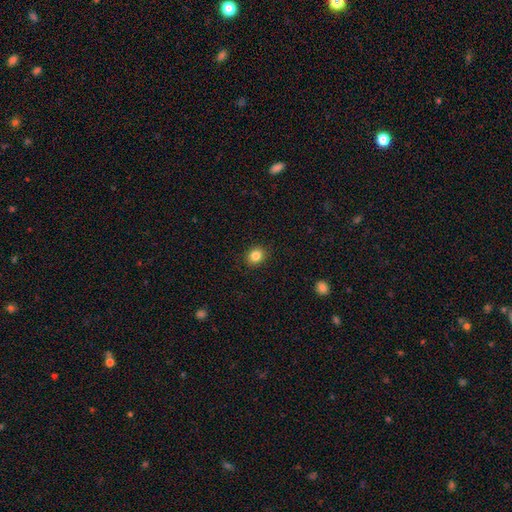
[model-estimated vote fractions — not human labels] smooth_or_featured: smooth (p=0.85) [alt: star or artifact p=0.10]
how_rounded: round (p=0.70) [alt: in between p=0.29]
merging: none (p=0.90) [alt: minor disturbance p=0.07]